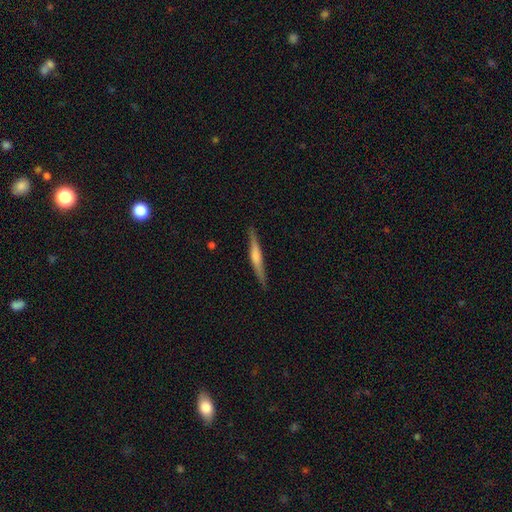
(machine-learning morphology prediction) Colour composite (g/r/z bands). It shows a featured or disk galaxy (67%) viewed edge-on (97%) with a rounded central bulge (63%). Merging: none (90%).